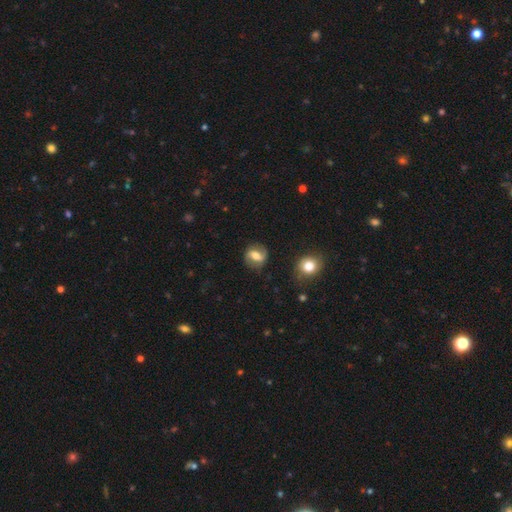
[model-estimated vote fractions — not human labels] A featured or disk galaxy (60%) with a strong bar (41%), spiral arms (80%) and a moderate central bulge (64%). Merging: none (80%).